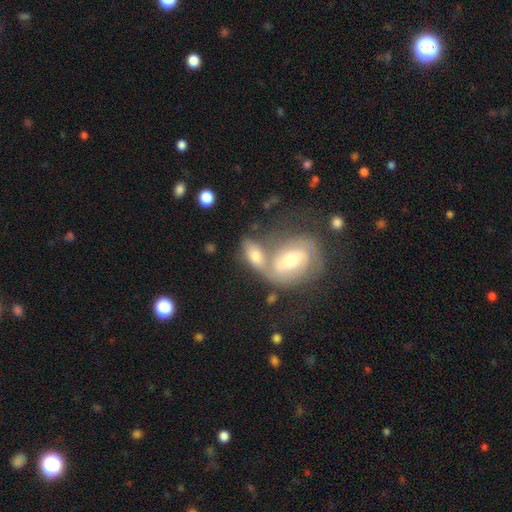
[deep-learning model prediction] smooth_or_featured: smooth (p=0.53) [alt: featured or disk p=0.39]
how_rounded: in between (p=0.82) [alt: round p=0.11]
merging: merger (p=0.52) [alt: none p=0.31]